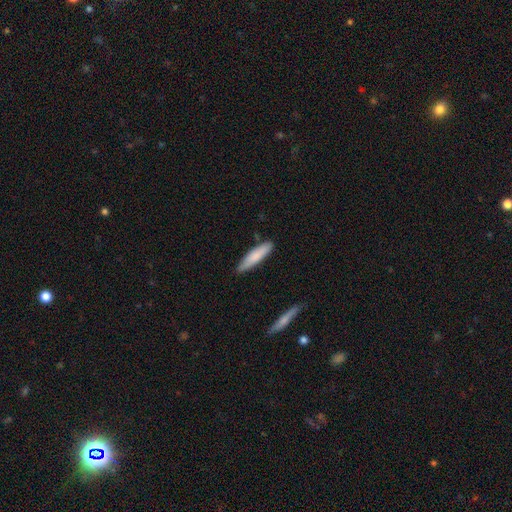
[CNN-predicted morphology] Smooth or featured: smooth — 81% (featured or disk — 14%)
How rounded: cigar-shaped — 77% (in between — 21%)
Merging: none — 83% (minor disturbance — 13%)